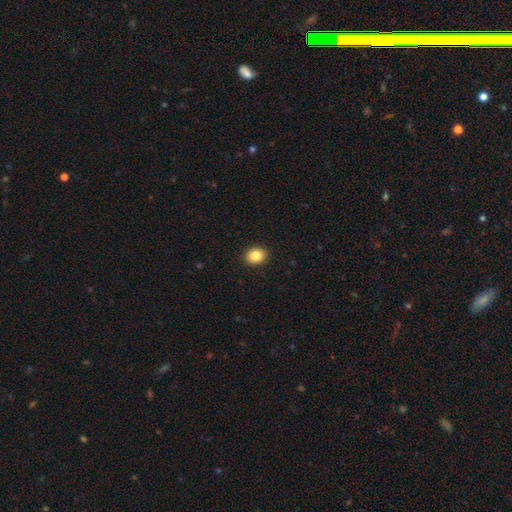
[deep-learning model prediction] The model was most divided on "how rounded" (2-way tie): in between: 50%, round: 50%, cigar-shaped: 1%. More confident: merging — none (91%); smooth or featured — smooth (86%).